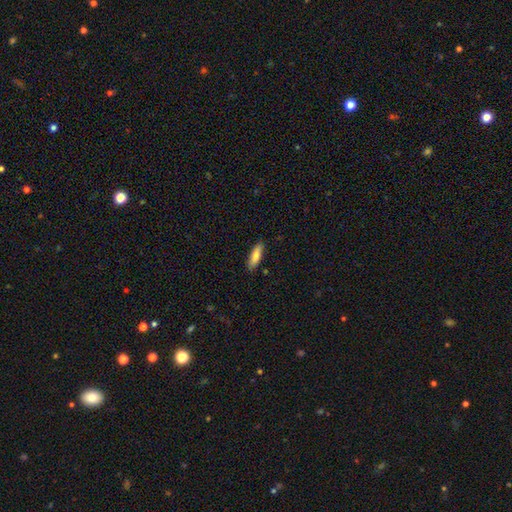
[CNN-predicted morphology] A smooth galaxy with no disk features (80%) that is cigar-shaped (50%). Merging: none (85%).